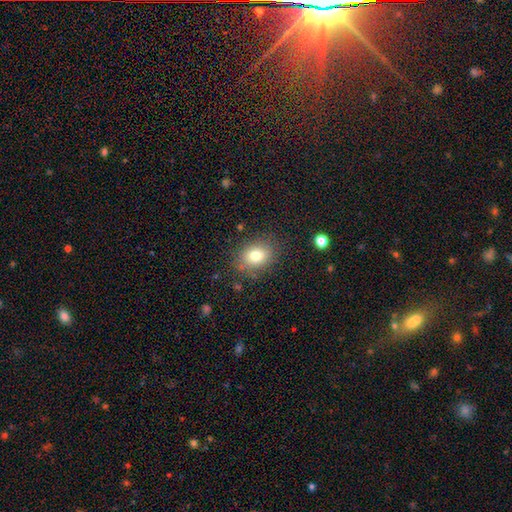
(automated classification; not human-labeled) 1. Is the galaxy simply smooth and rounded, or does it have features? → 78% smooth, 11% star or artifact, 11% featured or disk.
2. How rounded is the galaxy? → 57% in between, 42% round, 1% cigar-shaped.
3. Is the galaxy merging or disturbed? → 81% none, 12% minor disturbance, 4% major disturbance, 2% merger.